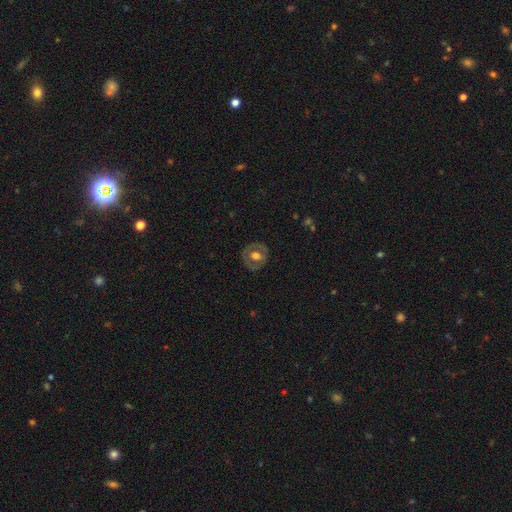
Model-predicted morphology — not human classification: smooth_or_featured: featured or disk (p=0.53) [alt: smooth p=0.41]
disk_edge_on: no (p=0.95) [alt: yes p=0.05]
merging: none (p=0.82) [alt: minor disturbance p=0.13]